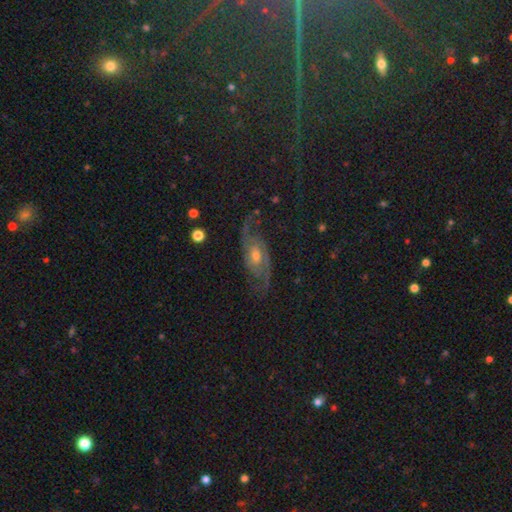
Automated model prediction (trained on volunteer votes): Overall: featured or disk (82%). Edge-on disk: no (94%). Bar: no (52%; weak 40%). Spiral arms: yes (96%). Spiral arm count: 2 (88%). Spiral winding: medium (49%; loose 29%). Bulge size: moderate (67%). Merging: none (74%).